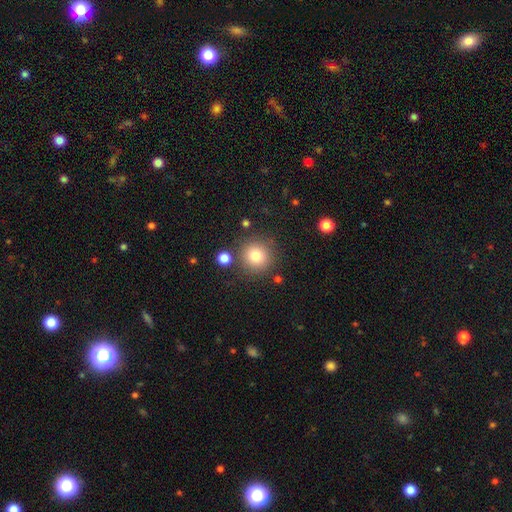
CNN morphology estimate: A smooth galaxy with no disk features (80%) that is round (94%).

Vote fractions:
- Smooth or featured? smooth: 80% / star or artifact: 12% / featured or disk: 8%
- How rounded? round: 94% / in between: 5% / cigar-shaped: 1%
- Merging? none: 83% / minor disturbance: 8% / merger: 6% / major disturbance: 3%